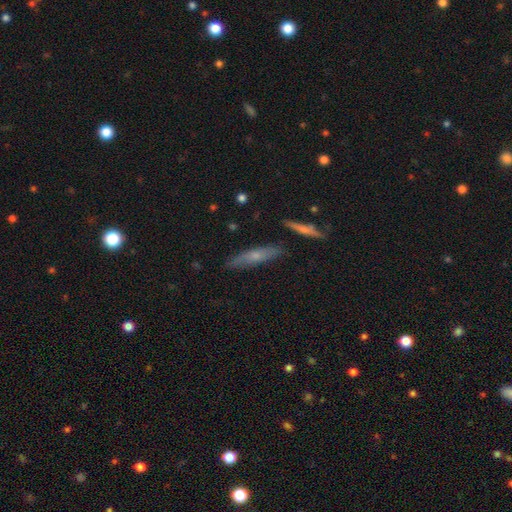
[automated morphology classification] A smooth galaxy with no disk features (50%). Merging: none (83%).